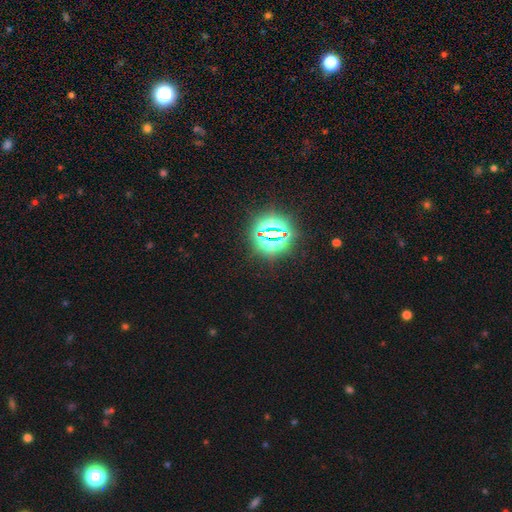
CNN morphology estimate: This is clearly a star or artifact rather than a galaxy (82%).